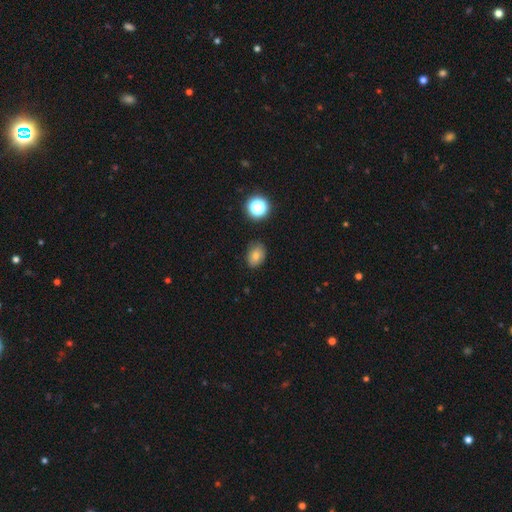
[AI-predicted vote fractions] Smooth or featured? Predicted: smooth (p=0.75). How rounded? Predicted: in between (p=0.69). Merging? Predicted: none (p=0.81).